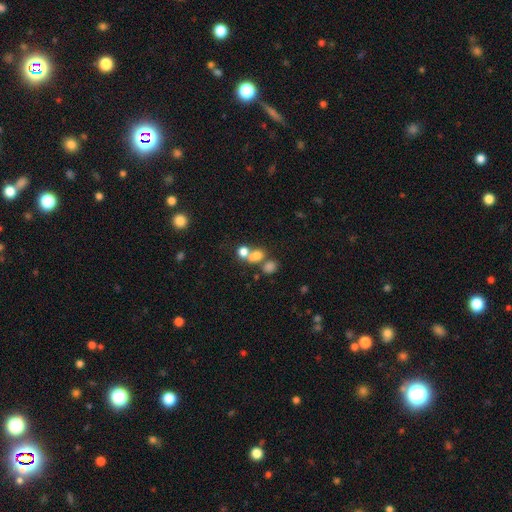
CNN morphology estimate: Smooth or featured? smooth (70%)
How rounded? round (60%)
Merging? merger (52%)